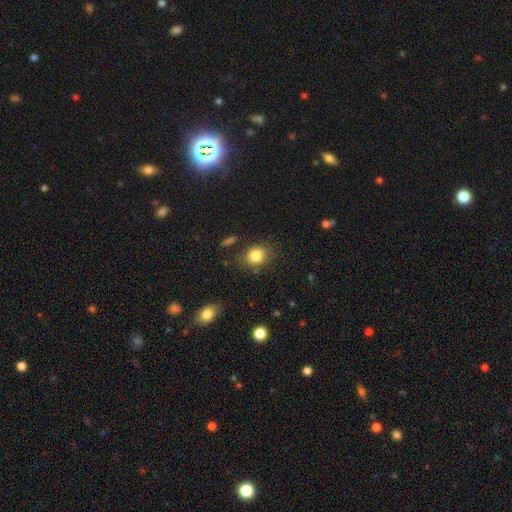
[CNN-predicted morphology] A smooth galaxy with no disk features (83%) that is round (61%).

Vote fractions:
- Smooth or featured? smooth: 83% / star or artifact: 10% / featured or disk: 7%
- How rounded? round: 61% / in between: 38% / cigar-shaped: 1%
- Merging? none: 79% / minor disturbance: 14% / major disturbance: 4% / merger: 3%